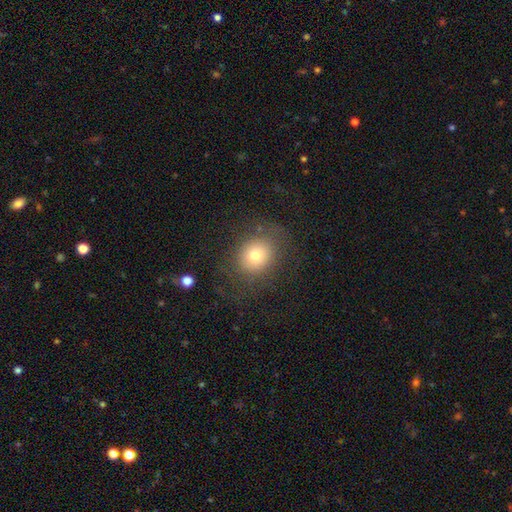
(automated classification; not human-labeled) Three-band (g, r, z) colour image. It shows a smooth galaxy with no disk features (72%) that is round (71%). Merging: none (73%).